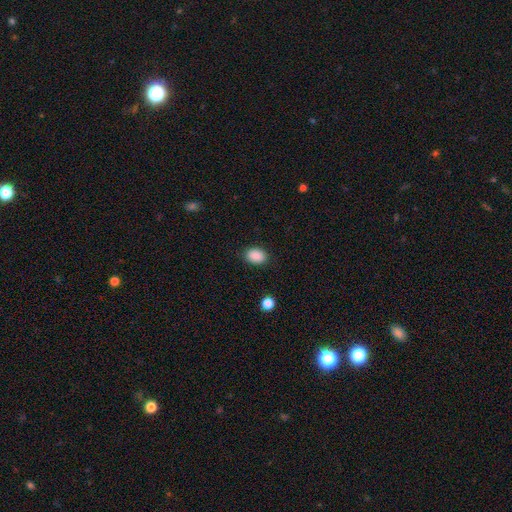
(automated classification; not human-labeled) Q: Smooth or featured?
A: smooth (89%); runner-up: star or artifact (8%)
Q: How rounded?
A: in between (76%); runner-up: round (23%)
Q: Merging?
A: none (87%); runner-up: minor disturbance (9%)